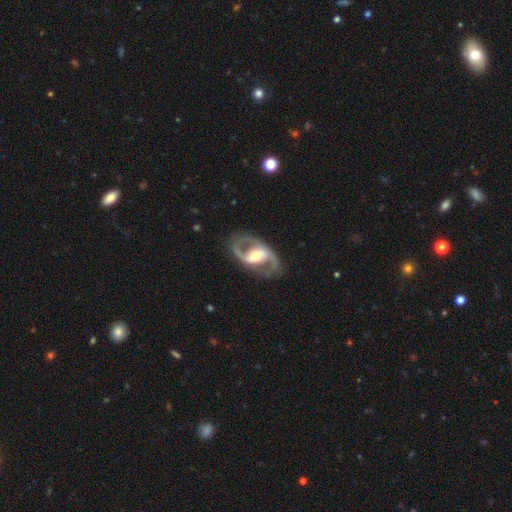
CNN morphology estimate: featured or disk 88%, smooth 8%, star or artifact 4%. Down the decision tree: edge-on disk — no (96%); bar — strong (43%); spiral arms — yes (91%); spiral arm count — 2 (91%); spiral winding — medium (54%); bulge size — moderate (58%); merging — none (80%).